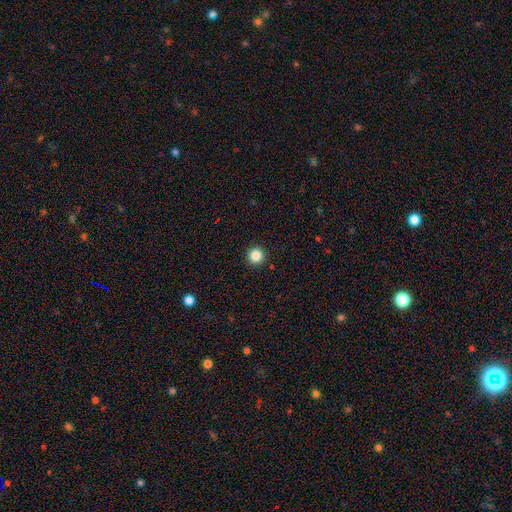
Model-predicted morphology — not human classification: smooth 85%, star or artifact 11%, featured or disk 4%. Down the decision tree: how rounded — round (96%); merging — none (93%).